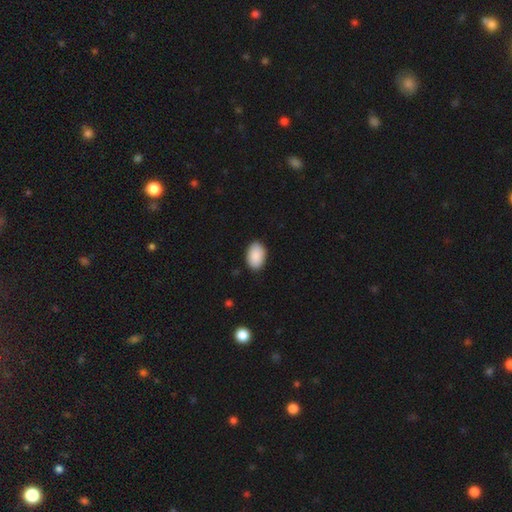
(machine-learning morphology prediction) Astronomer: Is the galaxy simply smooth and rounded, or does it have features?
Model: smooth — 90%.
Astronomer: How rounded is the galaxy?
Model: in between — 91%.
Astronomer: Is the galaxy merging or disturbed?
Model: none — 88%.